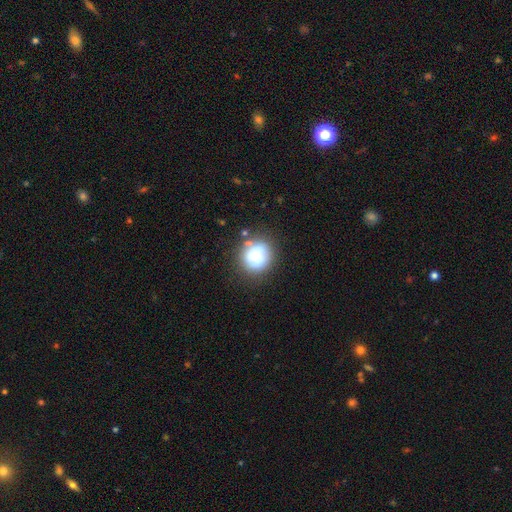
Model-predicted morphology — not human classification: type=smooth (76%); roundness=round (84%); merging=none (69%).